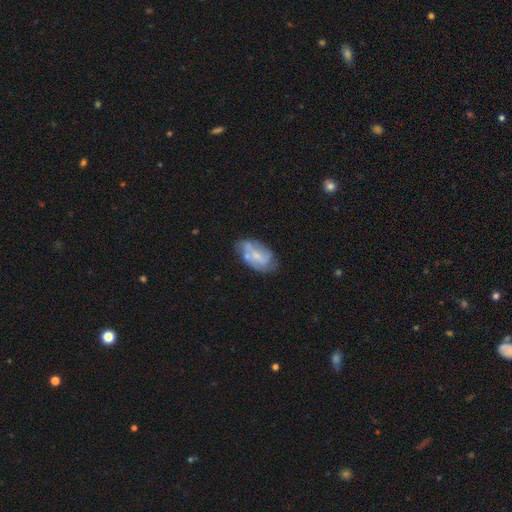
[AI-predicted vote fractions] Q: Smooth or featured?
A: featured or disk (58%); runner-up: smooth (35%)
Q: Edge-on disk?
A: no (95%); runner-up: yes (5%)
Q: Bar?
A: no (50%); runner-up: weak (38%)
Q: Spiral arms?
A: yes (62%); runner-up: no (38%)
Q: Bulge size?
A: small (61%); runner-up: moderate (24%)
Q: Merging?
A: none (52%); runner-up: minor disturbance (27%)